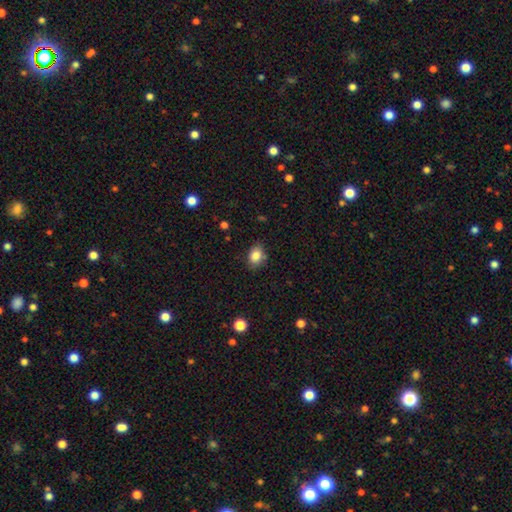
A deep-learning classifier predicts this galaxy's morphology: A smooth galaxy with no disk features (84%) that is in between round and cigar-shaped (70%). Merging: none (76%).